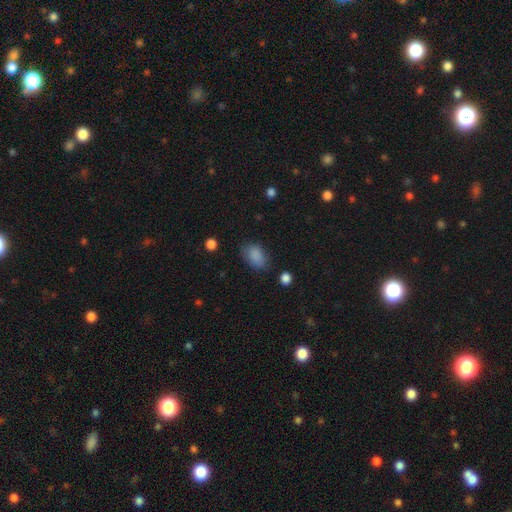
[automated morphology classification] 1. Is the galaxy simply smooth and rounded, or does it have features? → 86% smooth, 9% star or artifact, 5% featured or disk.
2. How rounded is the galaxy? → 84% in between, 15% round, 1% cigar-shaped.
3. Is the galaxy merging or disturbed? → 72% none, 20% minor disturbance, 6% major disturbance, 2% merger.